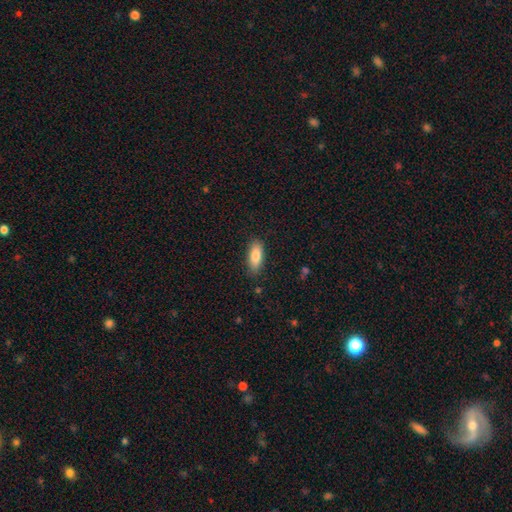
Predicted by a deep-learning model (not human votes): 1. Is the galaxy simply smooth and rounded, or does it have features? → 84% smooth, 10% featured or disk, 6% star or artifact.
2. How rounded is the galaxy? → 78% in between, 20% cigar-shaped, 2% round.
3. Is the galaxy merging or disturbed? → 86% none, 11% minor disturbance, 2% major disturbance, 1% merger.